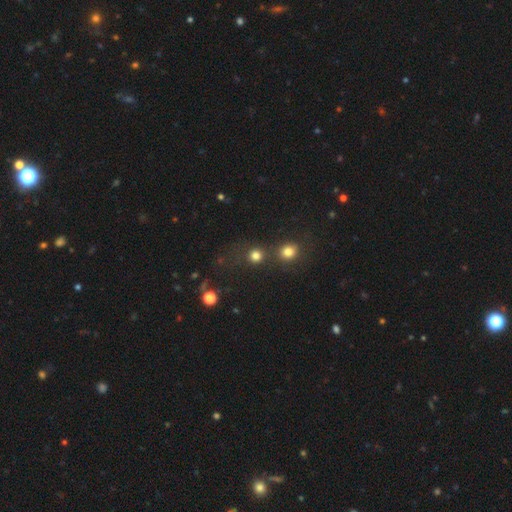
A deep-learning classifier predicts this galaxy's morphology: This is likely a smooth galaxy (79%). How rounded: clearly round (89%). Merging: likely none (65%).